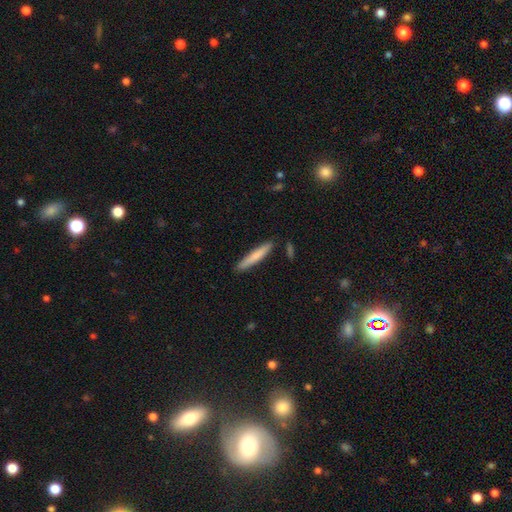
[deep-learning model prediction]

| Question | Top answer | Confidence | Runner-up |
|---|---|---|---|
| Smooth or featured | smooth | 75% | featured or disk (19%) |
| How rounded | cigar-shaped | 94% | in between (5%) |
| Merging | none | 88% | minor disturbance (9%) |